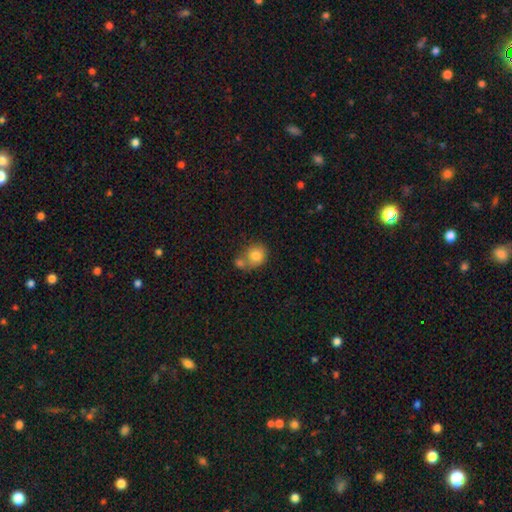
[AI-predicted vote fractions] smooth-or-featured: smooth: 80% | featured or disk: 11% | star or artifact: 9%
  how-rounded: round: 74% | in between: 25% | cigar-shaped: 1%
  merging: merger: 42% | none: 41% | minor disturbance: 13% | major disturbance: 5%